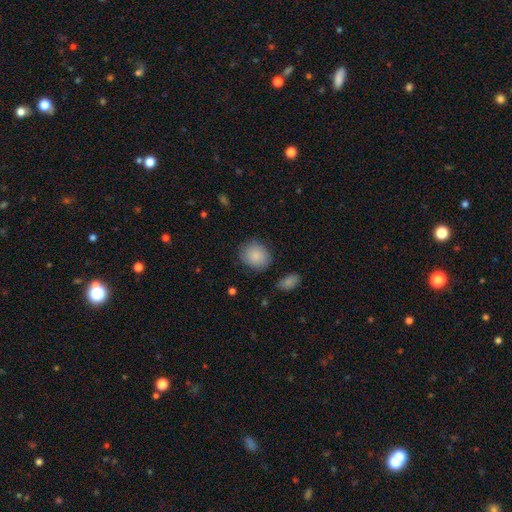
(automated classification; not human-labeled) Smooth or featured? Predicted: smooth (p=0.84). How rounded? Predicted: round (p=0.67). Merging? Predicted: none (p=0.79).